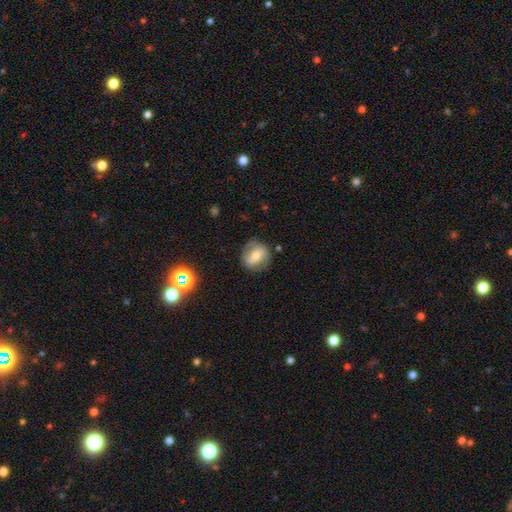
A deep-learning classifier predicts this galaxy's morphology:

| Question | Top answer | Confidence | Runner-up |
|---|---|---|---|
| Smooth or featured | featured or disk | 48% | smooth (43%) |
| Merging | none | 76% | minor disturbance (16%) |